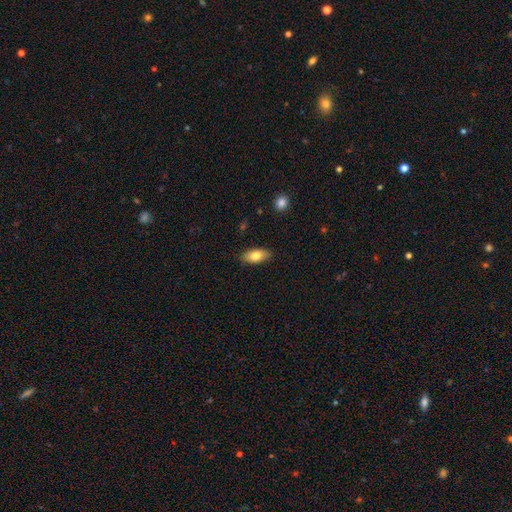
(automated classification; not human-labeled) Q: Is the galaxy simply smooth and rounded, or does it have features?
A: smooth — 80%.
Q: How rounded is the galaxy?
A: in between — 87%.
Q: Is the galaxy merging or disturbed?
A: none — 87%.